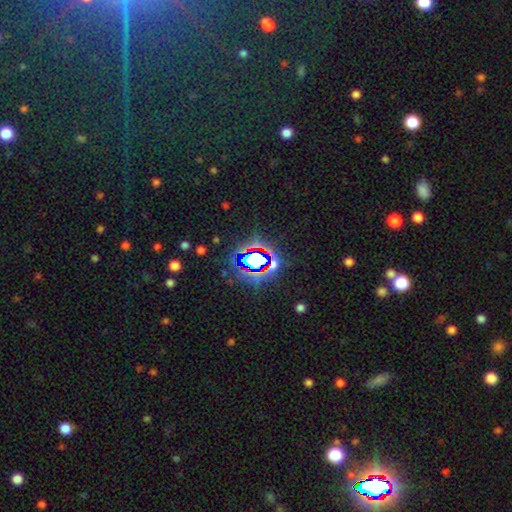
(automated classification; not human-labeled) Morphology: type=star or artifact (77%).